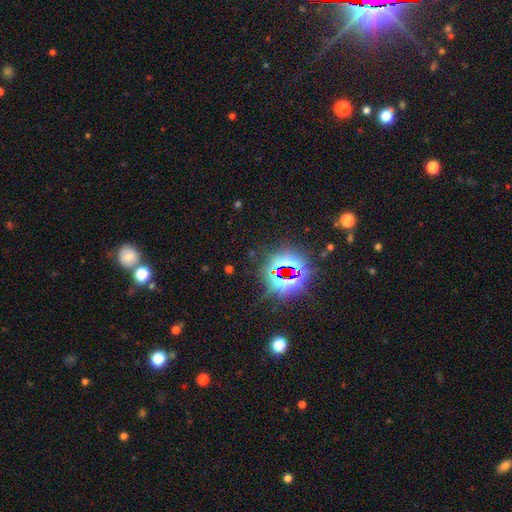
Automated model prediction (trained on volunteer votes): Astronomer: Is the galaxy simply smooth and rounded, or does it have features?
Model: star or artifact — 78%.